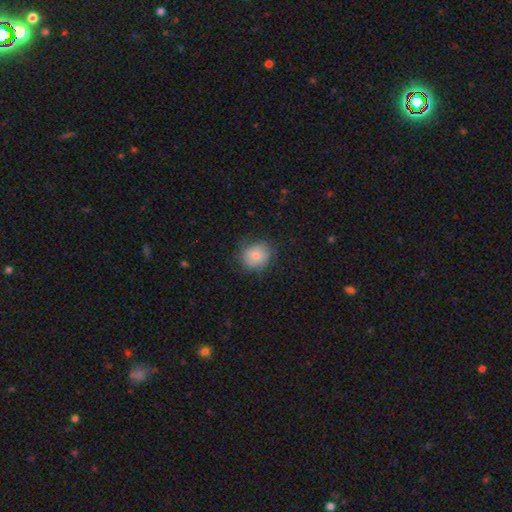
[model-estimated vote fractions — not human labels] The model was most divided on "merging": none: 73%, minor disturbance: 20%, major disturbance: 6%, merger: 1%. More confident: how rounded — round (78%); smooth or featured — smooth (77%).